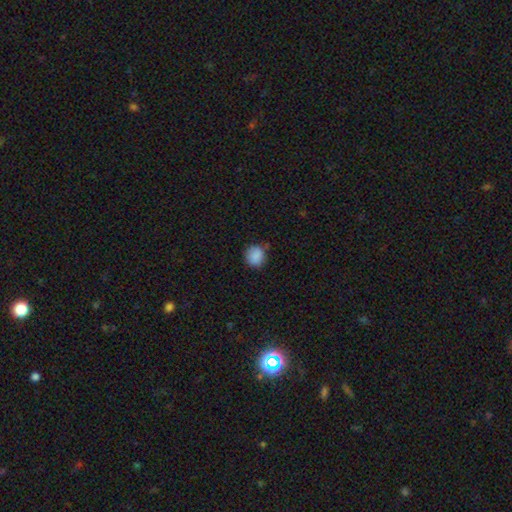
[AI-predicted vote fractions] Smooth or featured? Predicted: smooth (p=0.87). How rounded? Predicted: round (p=0.82). Merging? Predicted: none (p=0.74).